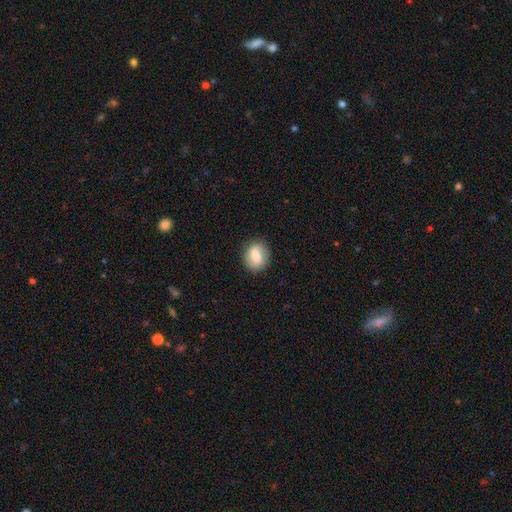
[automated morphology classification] This appears to be a smooth galaxy with no disk features (60%) that is round (63%). Merging: none (87%).